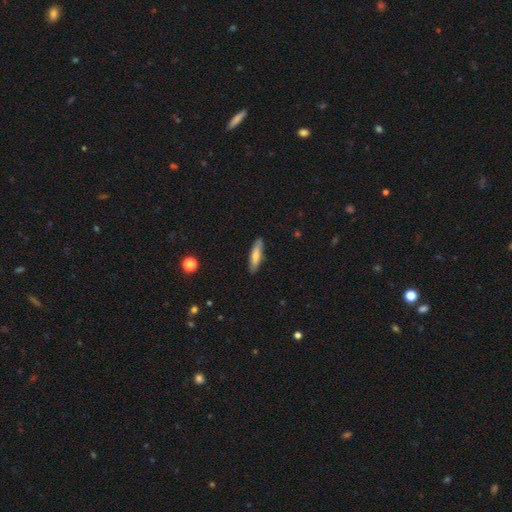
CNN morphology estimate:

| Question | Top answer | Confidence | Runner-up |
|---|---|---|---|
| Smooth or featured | smooth | 64% | featured or disk (29%) |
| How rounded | cigar-shaped | 73% | in between (25%) |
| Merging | none | 86% | minor disturbance (10%) |